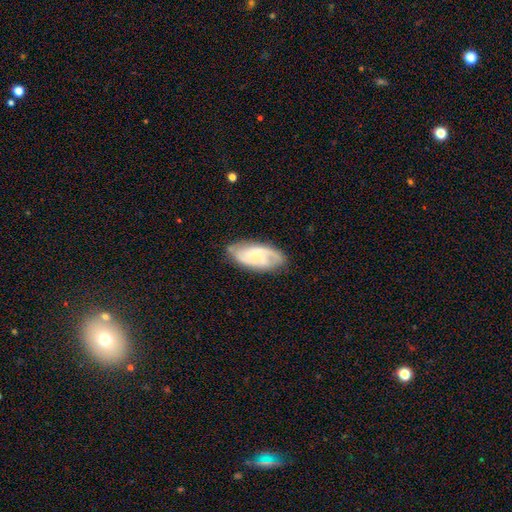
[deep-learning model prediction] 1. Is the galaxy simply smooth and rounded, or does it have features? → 68% featured or disk, 25% smooth, 6% star or artifact.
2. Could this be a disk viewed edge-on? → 94% no, 6% yes.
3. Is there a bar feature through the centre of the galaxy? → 57% no, 35% weak, 8% strong.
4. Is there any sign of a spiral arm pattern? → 93% yes, 7% no.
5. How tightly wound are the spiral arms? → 45% tight, 42% medium, 14% loose.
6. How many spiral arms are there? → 50% 2, 24% can't tell, 15% 3, 5% 1, 3% 4, 2% more than 4.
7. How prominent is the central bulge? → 65% small, 19% moderate, 13% none, 2% large, 1% dominant.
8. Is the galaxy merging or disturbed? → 73% none, 20% minor disturbance, 5% major disturbance, 2% merger.